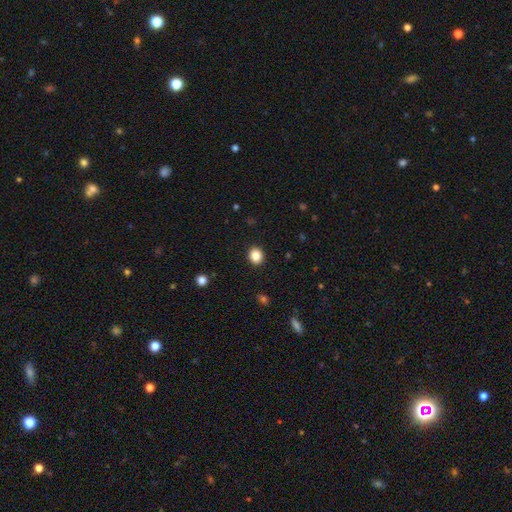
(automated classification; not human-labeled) This appears to be a smooth galaxy with no disk features (85%) that is round (80%). Merging: none (92%).